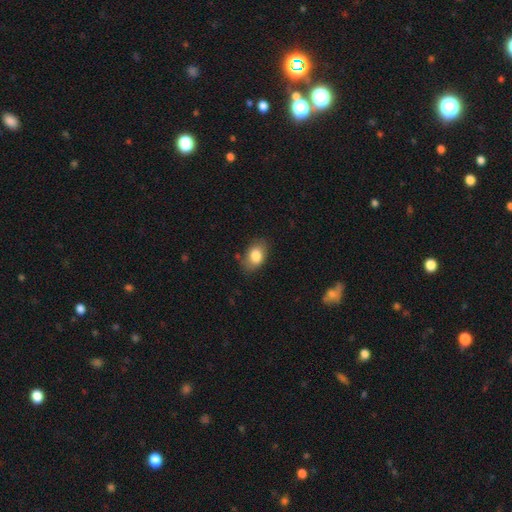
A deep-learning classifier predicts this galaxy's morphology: A smooth galaxy with no disk features (82%) that is in between round and cigar-shaped (83%). Merging: none (75%).